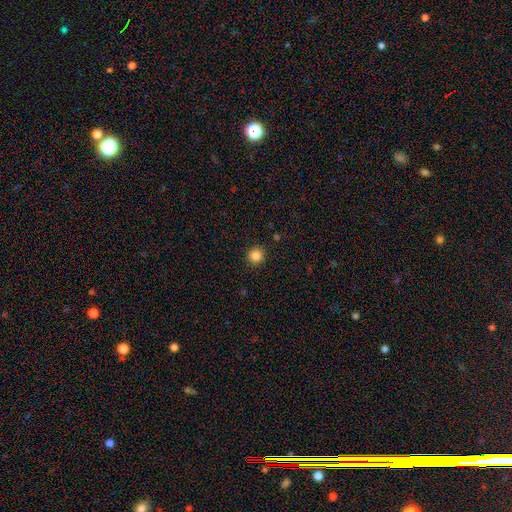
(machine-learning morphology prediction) Q: Smooth or featured?
A: smooth (85%); runner-up: star or artifact (11%)
Q: How rounded?
A: round (94%); runner-up: in between (5%)
Q: Merging?
A: none (92%); runner-up: minor disturbance (5%)